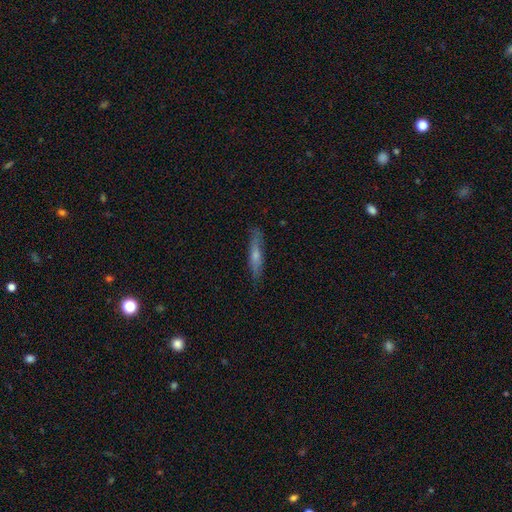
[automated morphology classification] A smooth galaxy with no disk features (48%). Merging: none (84%).